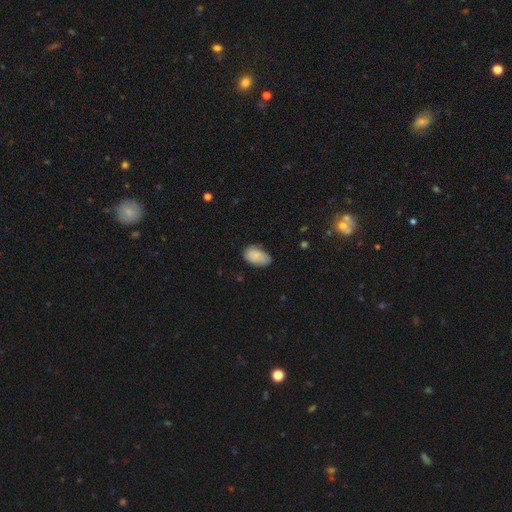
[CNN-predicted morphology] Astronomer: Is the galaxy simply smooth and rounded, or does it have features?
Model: smooth — 79%.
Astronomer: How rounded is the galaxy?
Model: in between — 92%.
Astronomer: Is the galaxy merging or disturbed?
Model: none — 61%.